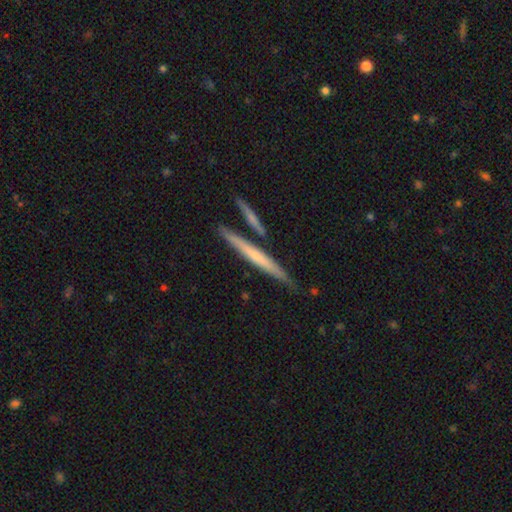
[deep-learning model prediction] Overall: featured or disk (50%; smooth 44%). Edge-on disk: yes (95%). Merging: none (78%).